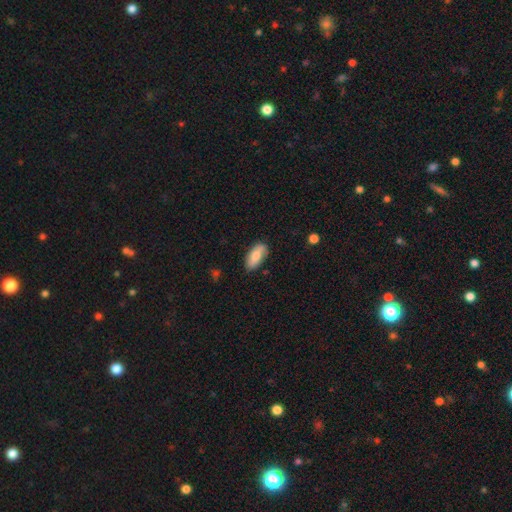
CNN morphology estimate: Smooth or featured: smooth — 78% (featured or disk — 17%)
How rounded: in between — 89% (cigar-shaped — 9%)
Merging: none — 80% (minor disturbance — 15%)